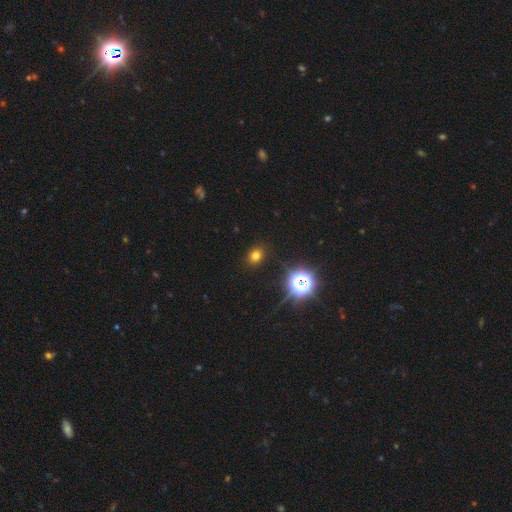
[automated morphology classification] The model was most divided on "how rounded": round: 57%, in between: 41%, cigar-shaped: 1%. More confident: merging — none (88%); smooth or featured — smooth (72%).